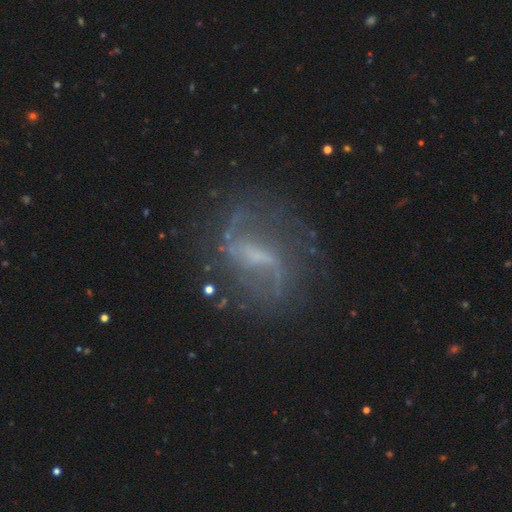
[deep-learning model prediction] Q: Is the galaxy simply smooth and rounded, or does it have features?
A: featured or disk — 84%.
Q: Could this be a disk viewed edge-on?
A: no — 96%.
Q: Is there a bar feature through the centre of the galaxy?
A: weak — 46%.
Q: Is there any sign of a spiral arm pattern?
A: yes — 92%.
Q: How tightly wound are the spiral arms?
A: loose — 60%.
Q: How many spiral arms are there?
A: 2 — 85%.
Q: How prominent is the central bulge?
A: small — 43%.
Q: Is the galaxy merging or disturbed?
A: none — 73%.